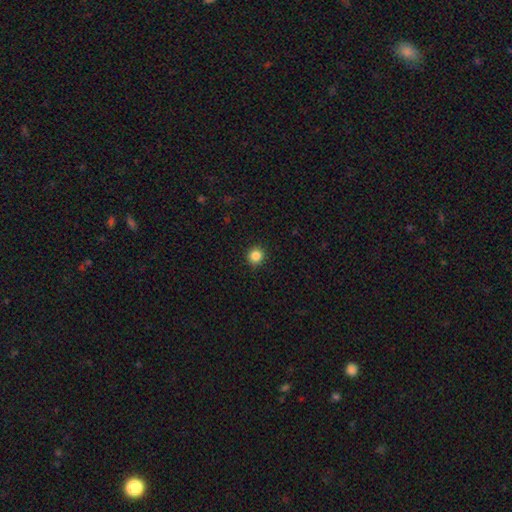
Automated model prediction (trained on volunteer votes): Smooth or featured?
  - smooth: 85% *
  - star or artifact: 11%
  - featured or disk: 4%
How rounded?
  - round: 93% *
  - in between: 6%
  - cigar-shaped: 1%
Merging?
  - none: 92% *
  - minor disturbance: 5%
  - major disturbance: 2%
  - merger: 1%